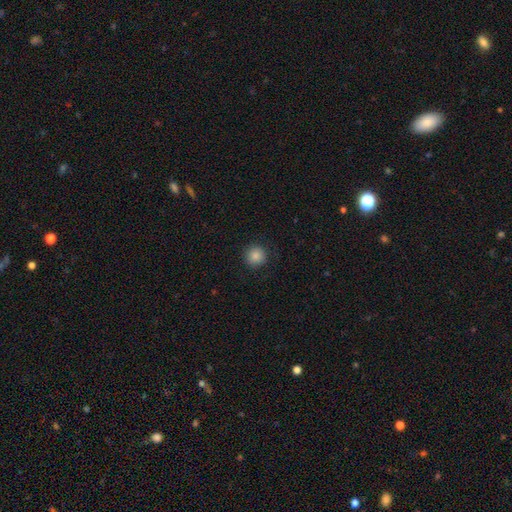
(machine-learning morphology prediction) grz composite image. It shows a smooth galaxy with no disk features (86%) that is round (94%). Merging: none (90%).